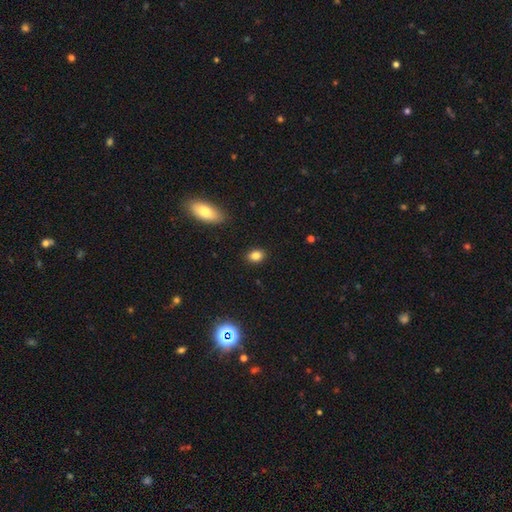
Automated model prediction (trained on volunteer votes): Smooth or featured? smooth (83%)
How rounded? in between (58%)
Merging? none (89%)